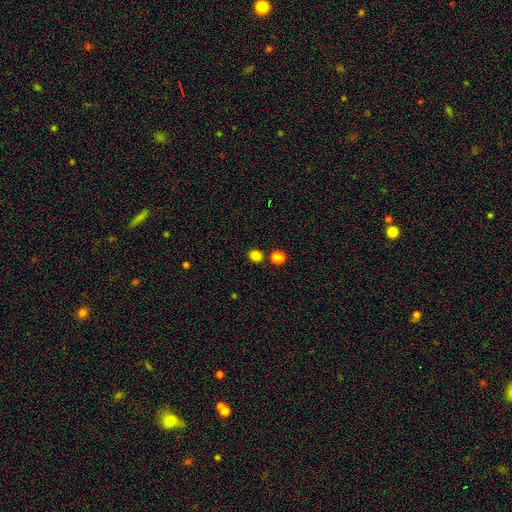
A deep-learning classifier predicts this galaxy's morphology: smooth_or_featured: smooth (p=0.83) [alt: star or artifact p=0.13]
how_rounded: round (p=0.63) [alt: in between p=0.36]
merging: none (p=0.72) [alt: merger p=0.17]